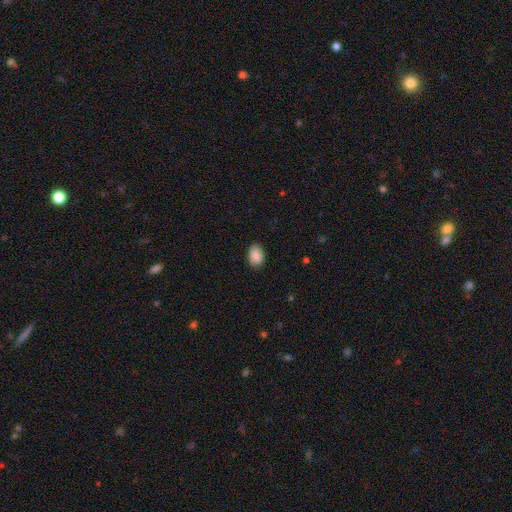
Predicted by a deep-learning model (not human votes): A smooth galaxy with no disk features (88%) that is in between round and cigar-shaped (87%).

Vote fractions:
- Smooth or featured? smooth: 88% / star or artifact: 7% / featured or disk: 5%
- How rounded? in between: 87% / round: 12% / cigar-shaped: 1%
- Merging? none: 85% / minor disturbance: 12% / major disturbance: 2% / merger: 1%